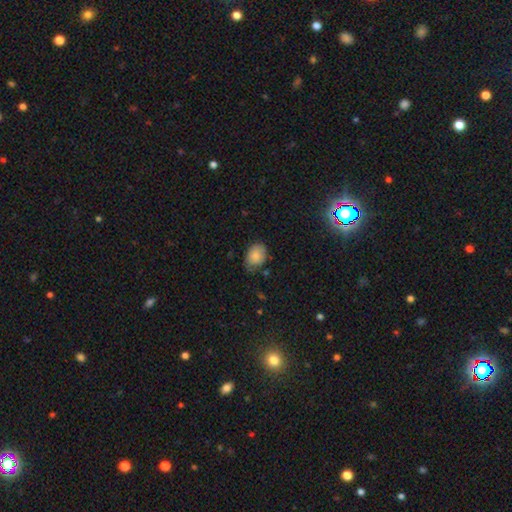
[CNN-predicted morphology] The model was most divided on "merging": none: 61%, minor disturbance: 30%, major disturbance: 7%, merger: 2%. More confident: smooth or featured — smooth (80%); how rounded — in between (72%).